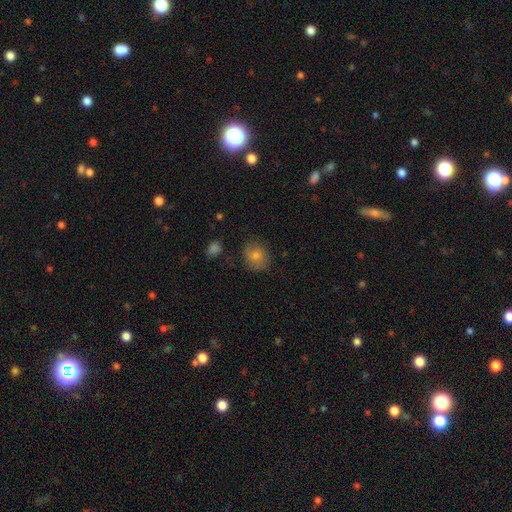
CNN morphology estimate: Smooth or featured? Predicted: smooth (p=0.80). How rounded? Predicted: round (p=0.73). Merging? Predicted: none (p=0.79).